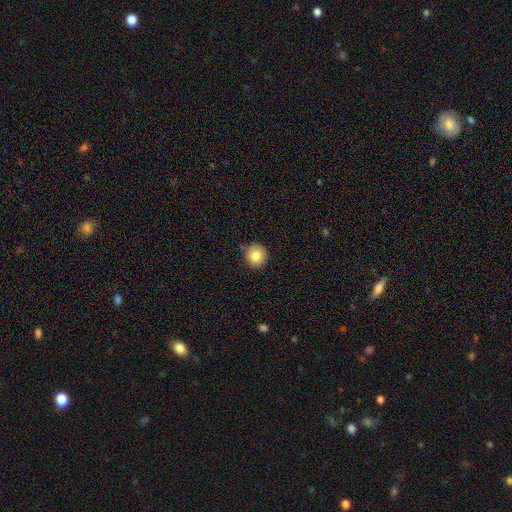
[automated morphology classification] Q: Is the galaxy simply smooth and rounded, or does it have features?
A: smooth — 82%.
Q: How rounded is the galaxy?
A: round — 91%.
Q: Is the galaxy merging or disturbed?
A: none — 87%.